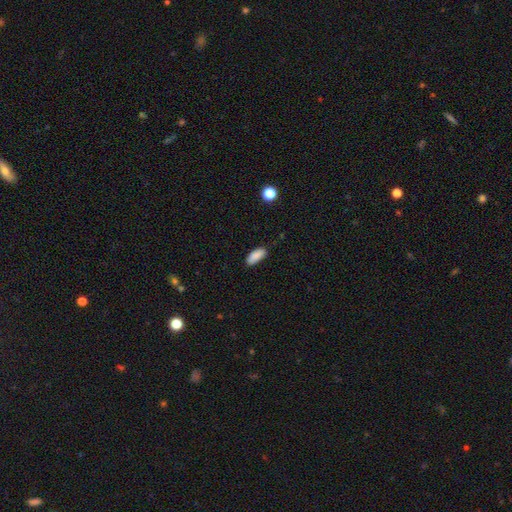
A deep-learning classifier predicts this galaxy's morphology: Smooth or featured: smooth — 88% (star or artifact — 8%)
How rounded: in between — 84% (cigar-shaped — 14%)
Merging: none — 79% (minor disturbance — 17%)